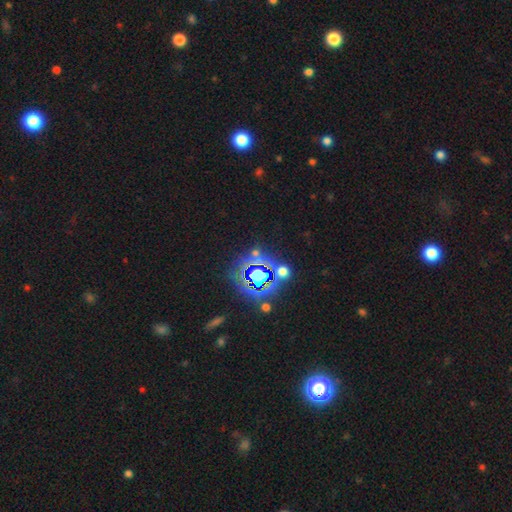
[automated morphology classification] The model was most divided on "smooth or featured": star or artifact: 76%, smooth: 16%, featured or disk: 9%.